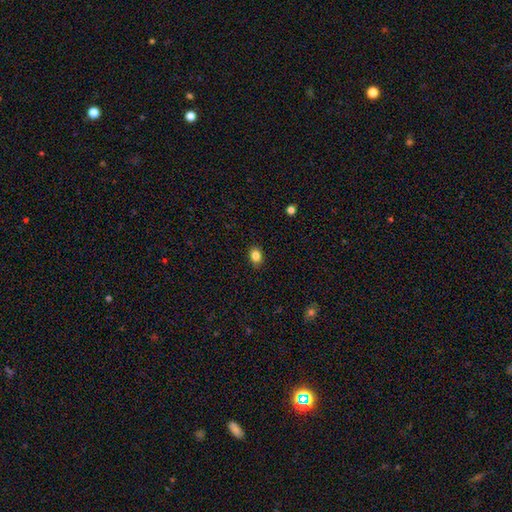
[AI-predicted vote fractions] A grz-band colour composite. It shows a smooth galaxy with no disk features (85%) that is in between round and cigar-shaped (61%). Merging: none (88%).